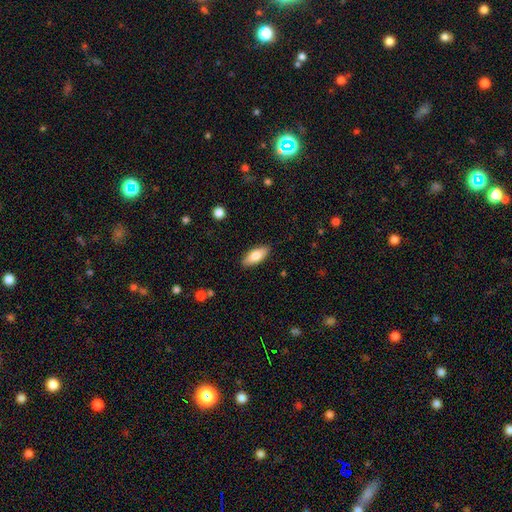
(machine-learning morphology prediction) This is likely a smooth galaxy (76%). How rounded: likely in between (78%). Merging: clearly none (88%).